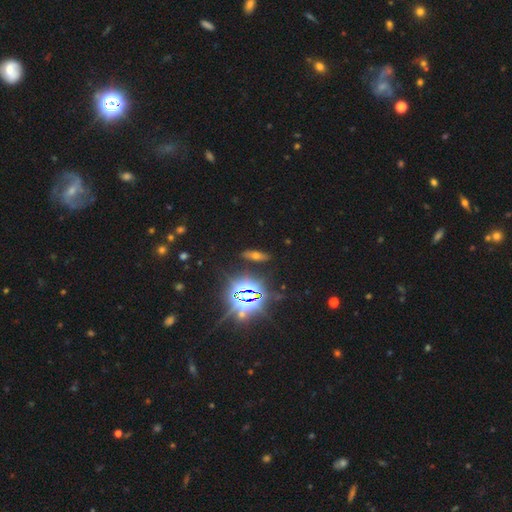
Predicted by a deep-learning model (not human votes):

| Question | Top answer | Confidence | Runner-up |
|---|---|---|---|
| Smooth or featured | smooth | 40% | star or artifact (38%) |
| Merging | none | 87% | minor disturbance (9%) |